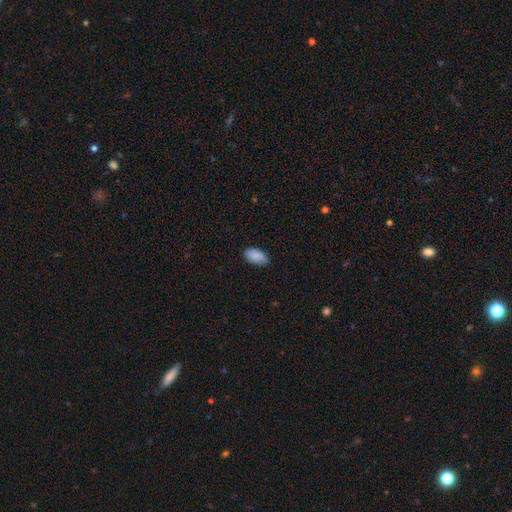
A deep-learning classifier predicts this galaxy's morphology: Smooth or featured?
  - smooth: 87% *
  - star or artifact: 7%
  - featured or disk: 6%
How rounded?
  - in between: 94% *
  - round: 4%
  - cigar-shaped: 2%
Merging?
  - none: 79% *
  - minor disturbance: 17%
  - major disturbance: 3%
  - merger: 1%